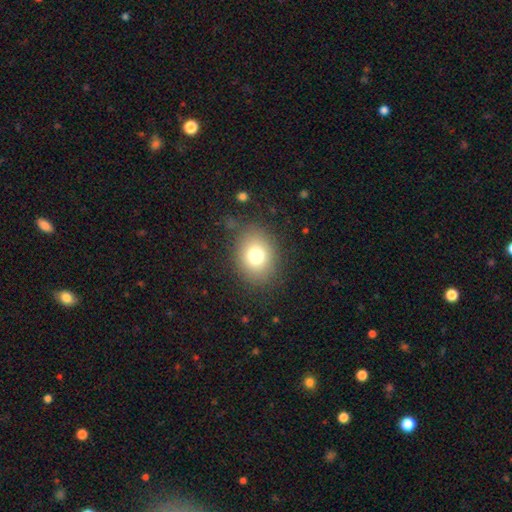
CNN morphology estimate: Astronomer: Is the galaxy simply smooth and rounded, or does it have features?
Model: smooth — 76%.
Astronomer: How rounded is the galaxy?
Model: round — 53% (runner-up: in between, 46%).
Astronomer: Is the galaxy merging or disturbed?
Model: none — 83%.